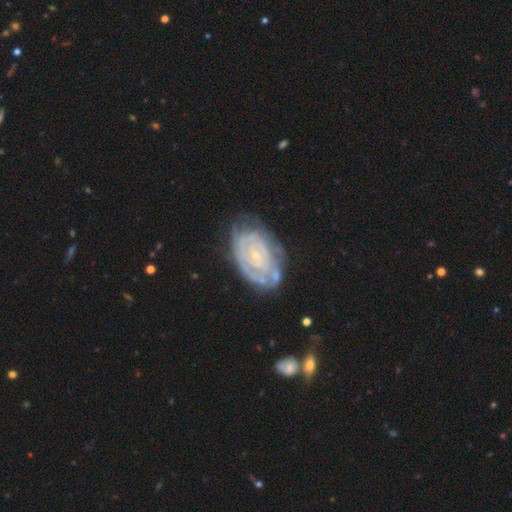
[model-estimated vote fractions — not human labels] smooth_or_featured: featured or disk (p=0.79) [alt: smooth p=0.15]
disk_edge_on: no (p=0.96) [alt: yes p=0.04]
bar: no (p=0.76) [alt: weak p=0.19]
has_spiral_arms: yes (p=0.84) [alt: no p=0.16]
spiral_winding: tight (p=0.77) [alt: medium p=0.17]
spiral_arm_count: can't tell (p=0.52) [alt: 2 p=0.20]
bulge_size: small (p=0.82) [alt: moderate p=0.13]
merging: none (p=0.63) [alt: minor disturbance p=0.24]